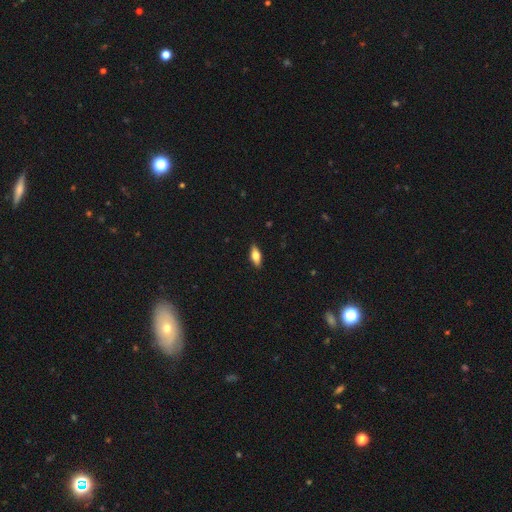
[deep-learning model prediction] A smooth galaxy with no disk features (66%) that is in between round and cigar-shaped (78%). Merging: none (89%).